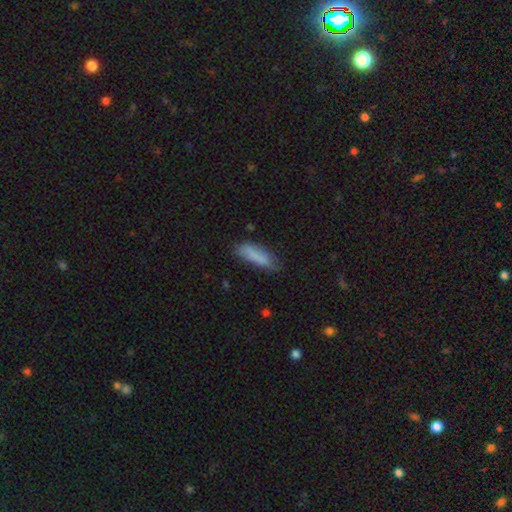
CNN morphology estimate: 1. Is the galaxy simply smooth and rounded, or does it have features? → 83% smooth, 10% featured or disk, 7% star or artifact.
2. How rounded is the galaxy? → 58% cigar-shaped, 40% in between, 2% round.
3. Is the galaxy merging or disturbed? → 68% none, 24% minor disturbance, 6% major disturbance, 2% merger.